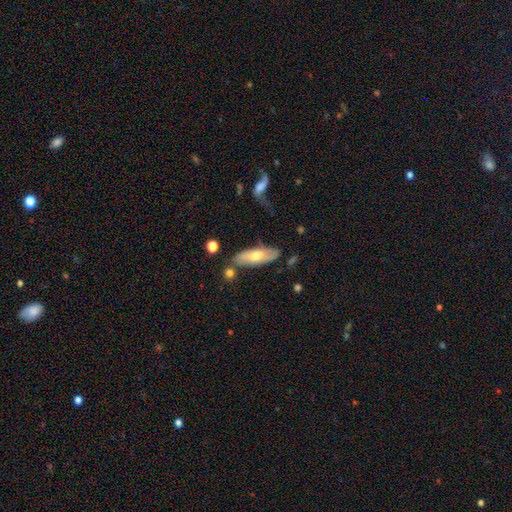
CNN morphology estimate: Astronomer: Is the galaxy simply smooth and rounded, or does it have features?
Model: smooth — 60%.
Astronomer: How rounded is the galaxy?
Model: in between — 55% (runner-up: cigar-shaped, 43%).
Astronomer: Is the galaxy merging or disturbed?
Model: none — 70%.